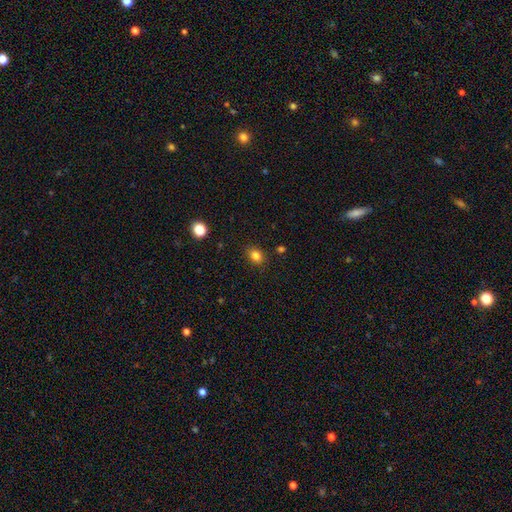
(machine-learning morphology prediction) Smooth or featured? Predicted: smooth (p=0.82). How rounded? Predicted: in between (p=0.59). Merging? Predicted: none (p=0.85).